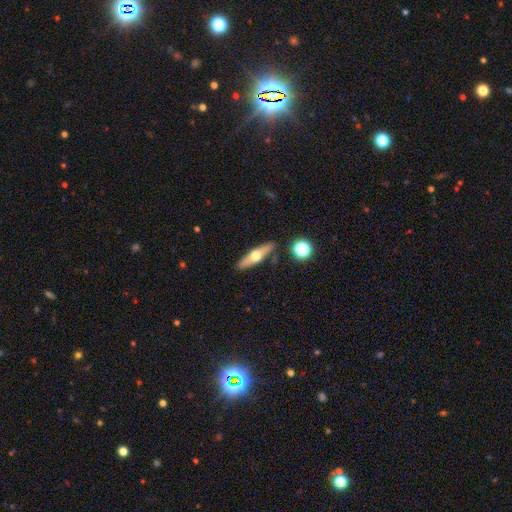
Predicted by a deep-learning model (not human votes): Smooth or featured: featured or disk — 50% (smooth — 43%)
Merging: none — 86% (minor disturbance — 9%)